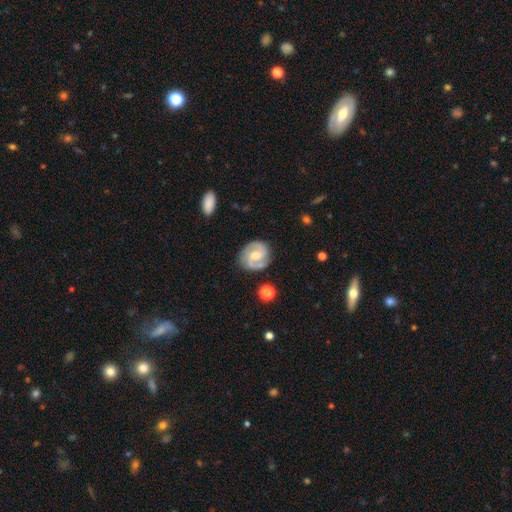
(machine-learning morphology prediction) Smooth or featured: featured or disk — 79% (smooth — 16%)
Edge-on disk: no — 98% (yes — 2%)
Bar: weak — 49% (no — 37%)
Spiral arms: yes — 93% (no — 7%)
Spiral winding: medium — 50% (tight — 32%)
Spiral arm count: 2 — 86% (can't tell — 6%)
Bulge size: moderate — 62% (small — 30%)
Merging: none — 78% (minor disturbance — 15%)